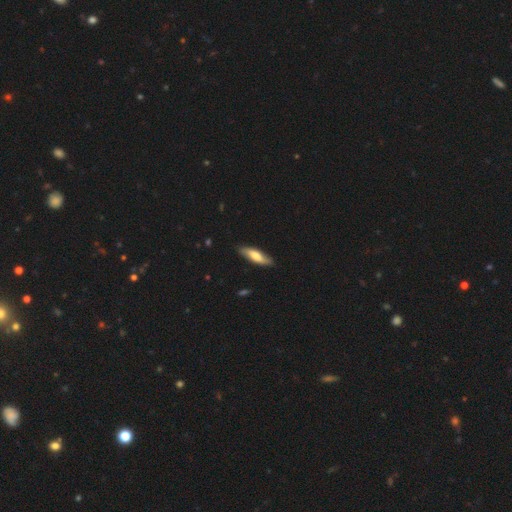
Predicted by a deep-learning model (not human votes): This appears to be a smooth galaxy with no disk features (60%) that is cigar-shaped (53%). Merging: none (84%).